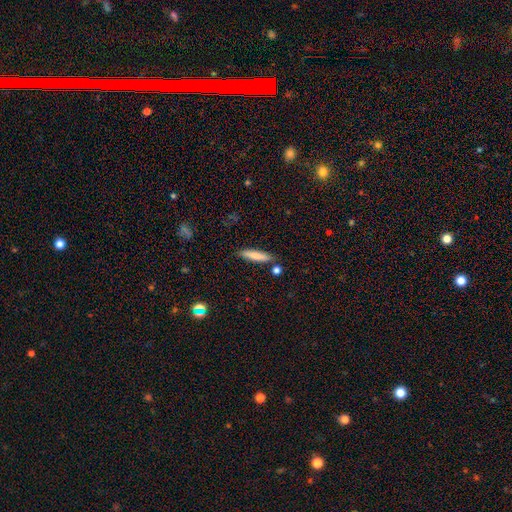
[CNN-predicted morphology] A smooth galaxy with no disk features (80%) that is cigar-shaped (84%). Merging: none (84%).